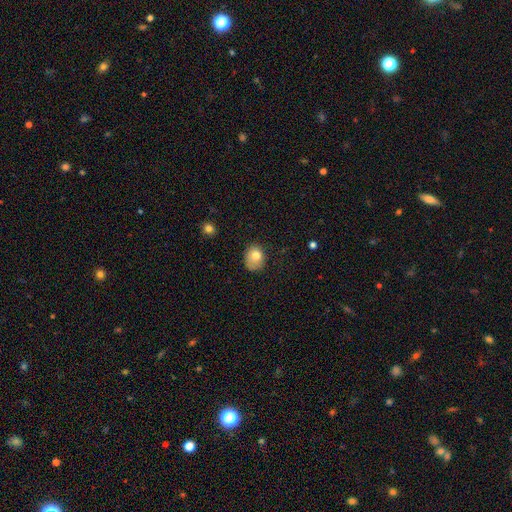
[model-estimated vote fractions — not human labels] The model was most divided on "how rounded": round: 52%, in between: 47%, cigar-shaped: 1%. More confident: smooth or featured — smooth (77%); merging — none (60%).